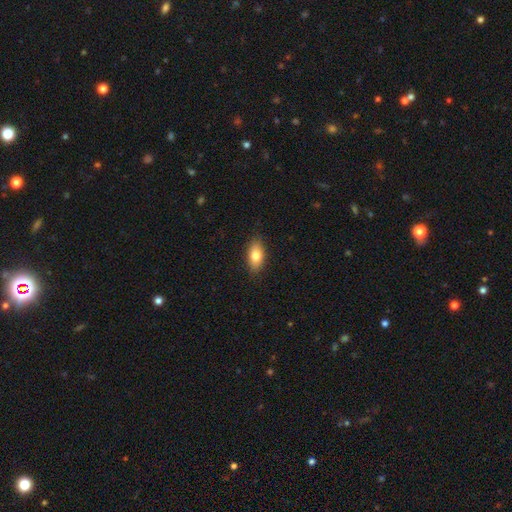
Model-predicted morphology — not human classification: type=smooth (80%); roundness=in between (88%); merging=none (87%).